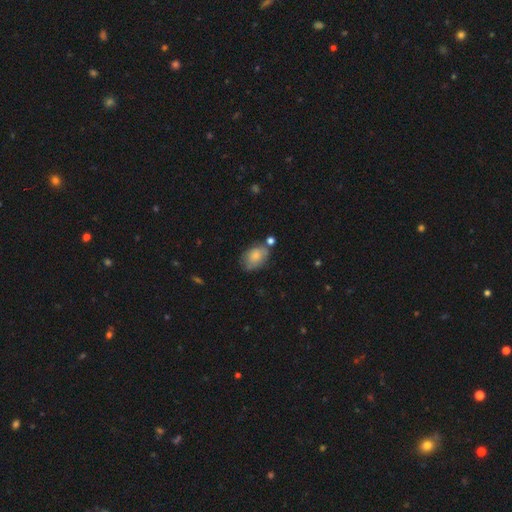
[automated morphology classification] type=smooth (76%); roundness=in between (85%); merging=none (58%).